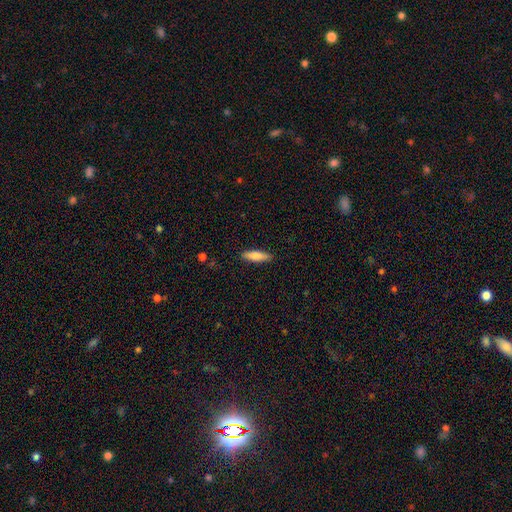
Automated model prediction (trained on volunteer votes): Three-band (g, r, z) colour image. It shows a smooth galaxy with no disk features (82%) that is cigar-shaped (64%). Merging: none (89%).